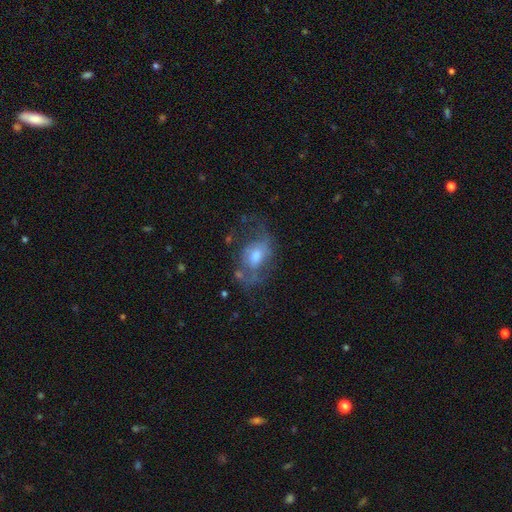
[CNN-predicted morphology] smooth_or_featured: featured or disk (p=0.62) [alt: smooth p=0.29]
disk_edge_on: no (p=0.95) [alt: yes p=0.05]
bar: no (p=0.61) [alt: weak p=0.32]
has_spiral_arms: yes (p=0.68) [alt: no p=0.32]
bulge_size: moderate (p=0.61) [alt: small p=0.18]
merging: none (p=0.46) [alt: major disturbance p=0.27]